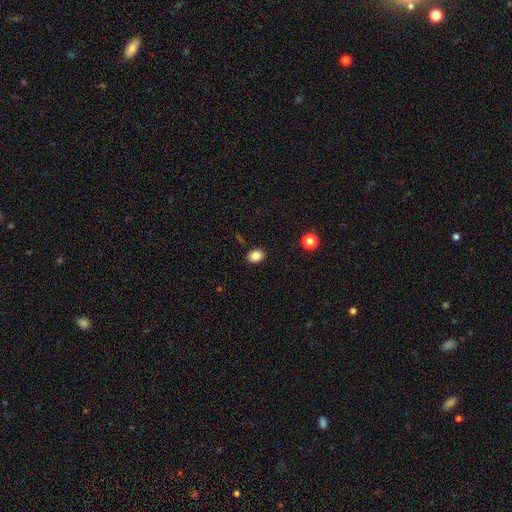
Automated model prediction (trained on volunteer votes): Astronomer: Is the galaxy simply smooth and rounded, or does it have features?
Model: smooth — 85%.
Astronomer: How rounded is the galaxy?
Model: in between — 68%.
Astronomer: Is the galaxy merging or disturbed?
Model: none — 88%.